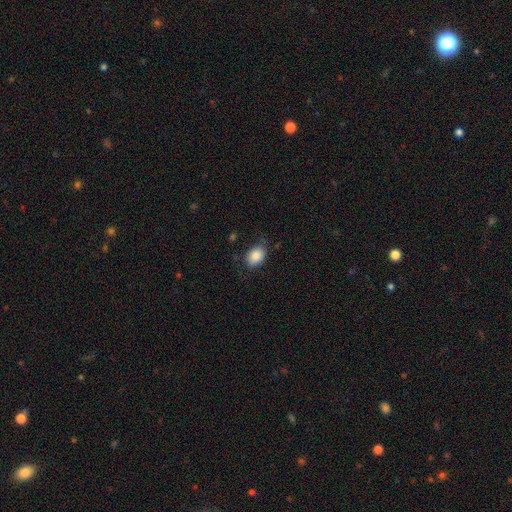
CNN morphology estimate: The model was most divided on "how rounded": in between: 74%, round: 25%, cigar-shaped: 1%. More confident: smooth or featured — smooth (86%); merging — none (75%).